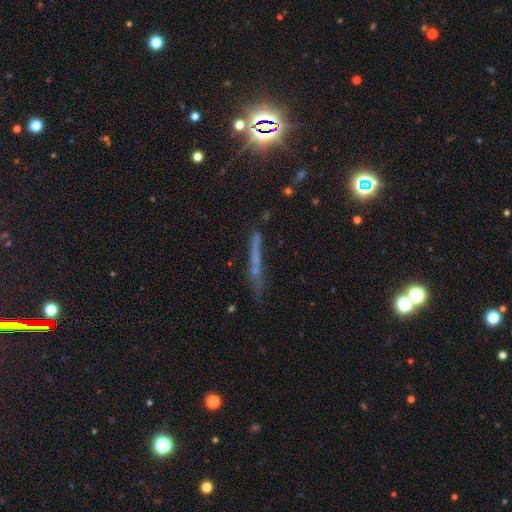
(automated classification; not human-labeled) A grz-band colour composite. It shows a featured or disk galaxy (41%). Merging: none (71%).